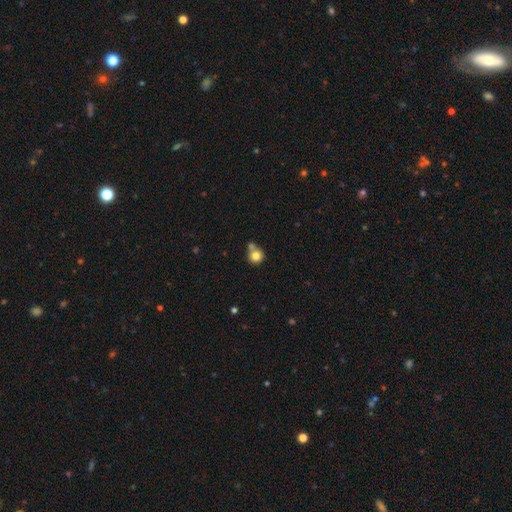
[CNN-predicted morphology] Smooth or featured? Predicted: smooth (p=0.81). How rounded? Predicted: round (p=0.90). Merging? Predicted: none (p=0.56).